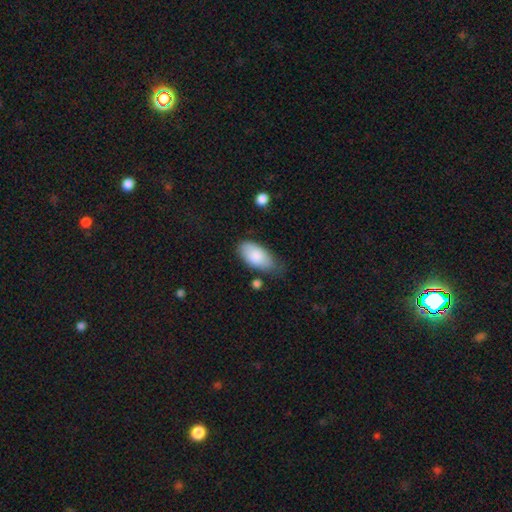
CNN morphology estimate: smooth-or-featured: smooth: 84% | featured or disk: 10% | star or artifact: 6%
  how-rounded: in between: 93% | cigar-shaped: 4% | round: 2%
  merging: none: 62% | minor disturbance: 28% | major disturbance: 6% | merger: 4%